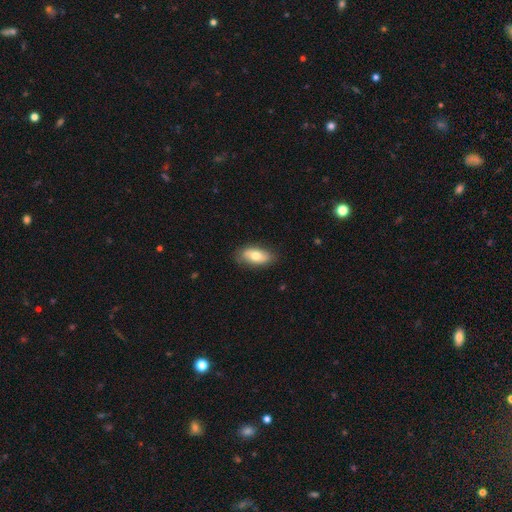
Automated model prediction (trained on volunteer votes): A smooth galaxy with no disk features (68%) that is in between round and cigar-shaped (89%).

Vote fractions:
- Smooth or featured? smooth: 68% / featured or disk: 26% / star or artifact: 6%
- How rounded? in between: 89% / cigar-shaped: 7% / round: 4%
- Merging? none: 81% / minor disturbance: 15% / major disturbance: 3% / merger: 1%